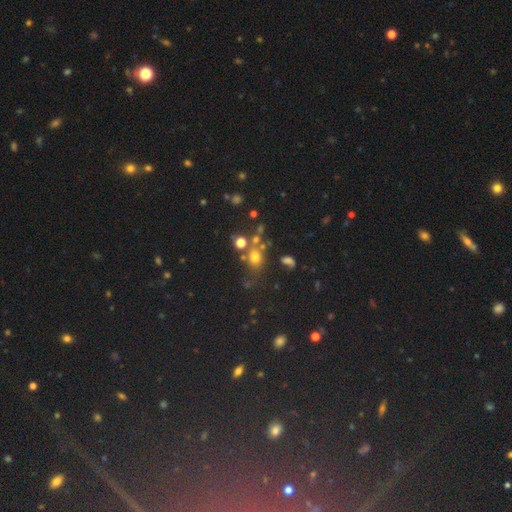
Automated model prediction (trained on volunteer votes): A star or artifact, not a galaxy (50%).

Vote fractions:
- Smooth or featured? star or artifact: 50% / smooth: 39% / featured or disk: 11%